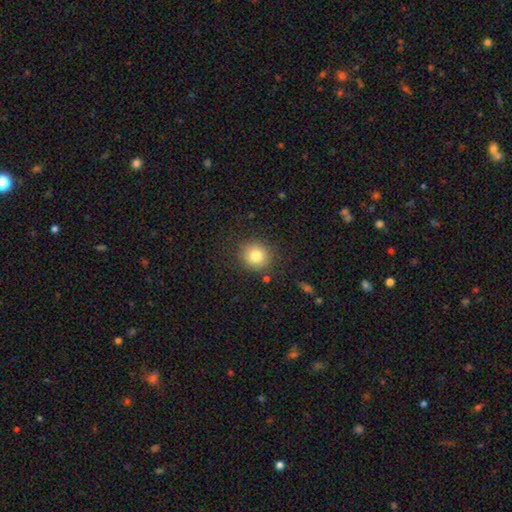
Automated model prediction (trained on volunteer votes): The model was most divided on "smooth or featured": smooth: 81%, star or artifact: 10%, featured or disk: 9%. More confident: how rounded — round (87%); merging — none (85%).